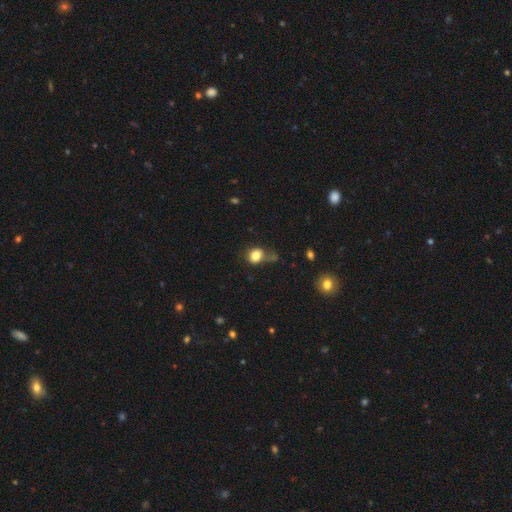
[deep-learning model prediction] Morphology: type=smooth (81%); roundness=round (64%); merging=none (49%).